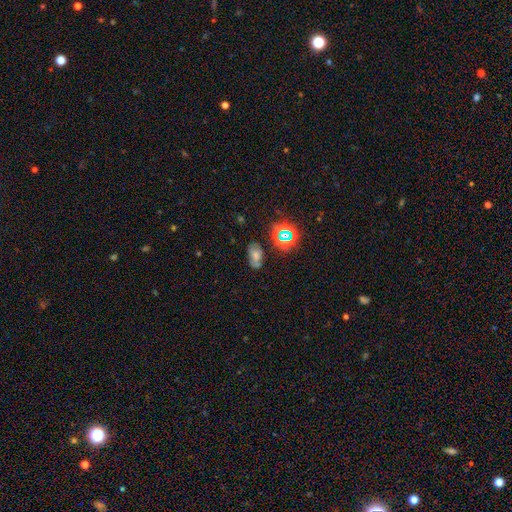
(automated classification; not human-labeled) smooth-or-featured: smooth: 49% | featured or disk: 26% | star or artifact: 25%
  merging: none: 66% | minor disturbance: 22% | major disturbance: 8% | merger: 4%